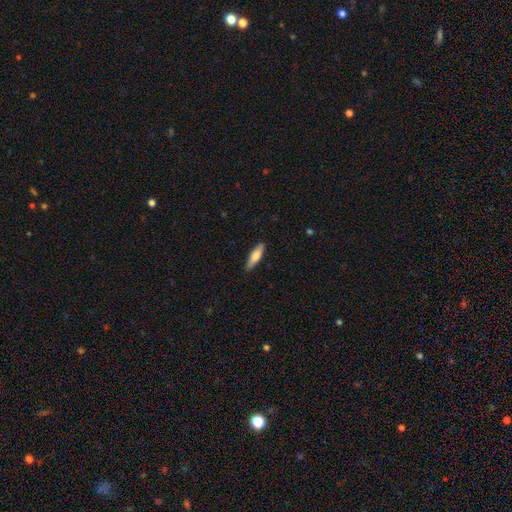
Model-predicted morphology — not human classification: A smooth galaxy with no disk features (73%) that is cigar-shaped (63%). Merging: none (86%).